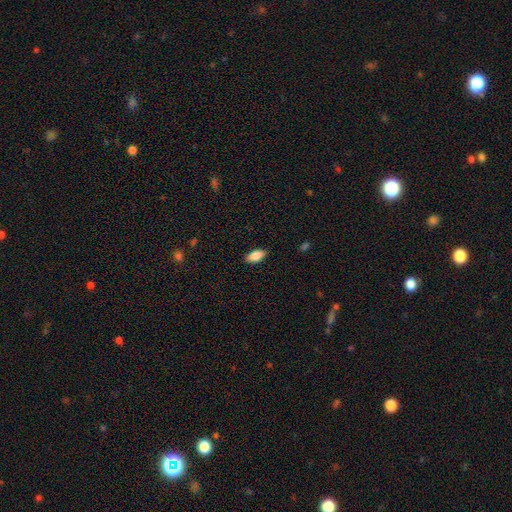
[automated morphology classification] Q: Smooth or featured?
A: smooth (86%); runner-up: featured or disk (7%)
Q: How rounded?
A: in between (89%); runner-up: cigar-shaped (8%)
Q: Merging?
A: none (87%); runner-up: minor disturbance (10%)